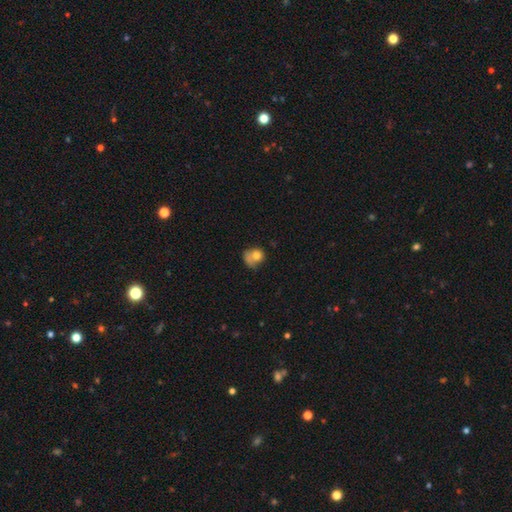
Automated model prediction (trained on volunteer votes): smooth_or_featured: smooth (p=0.72) [alt: featured or disk p=0.18]
how_rounded: round (p=0.66) [alt: in between p=0.33]
merging: none (p=0.33) [alt: minor disturbance p=0.25]